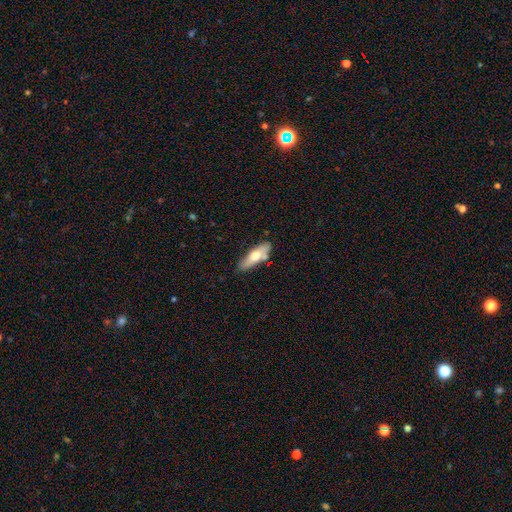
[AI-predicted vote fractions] Morphology: type=smooth (60%); roundness=in between (59%); merging=none (74%).